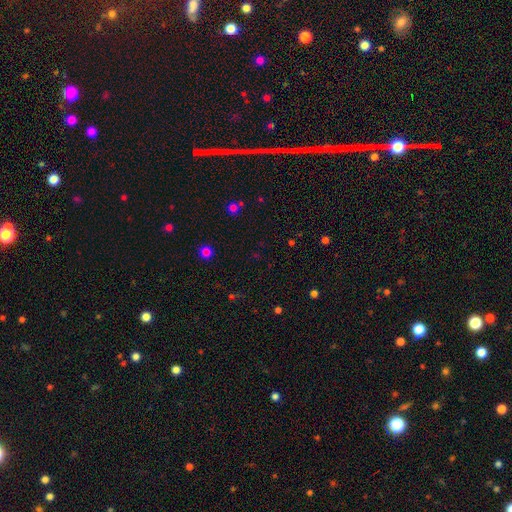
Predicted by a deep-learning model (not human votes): smooth-or-featured: star or artifact: 56% | smooth: 36% | featured or disk: 8%